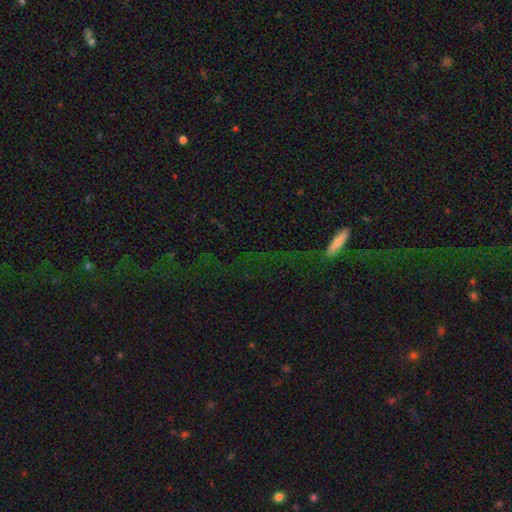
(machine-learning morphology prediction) This appears to be a star or artifact, not a galaxy (55%).